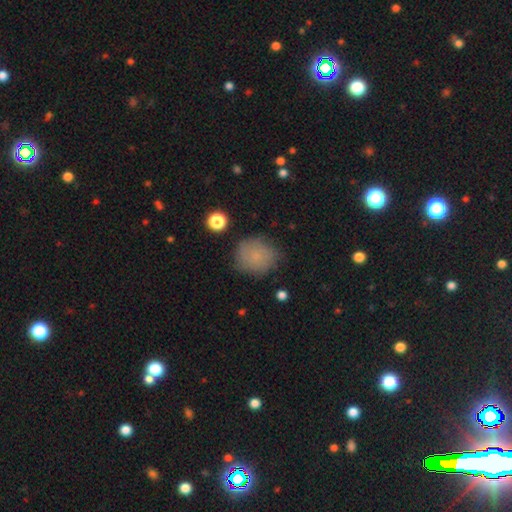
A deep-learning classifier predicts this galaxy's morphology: type=smooth (77%); roundness=round (82%); merging=none (77%).